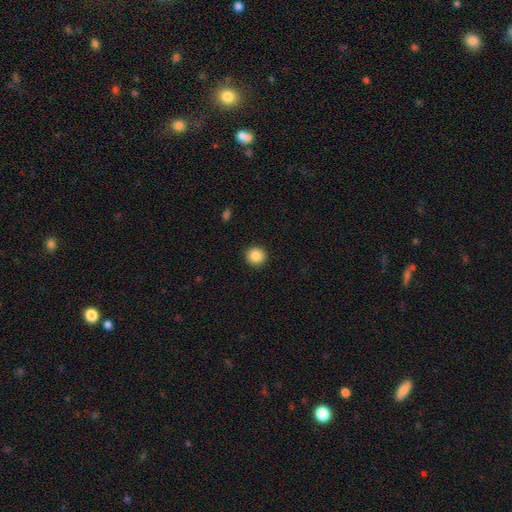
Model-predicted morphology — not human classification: smooth 88%, star or artifact 9%, featured or disk 3%. Down the decision tree: how rounded — round (93%); merging — none (92%).